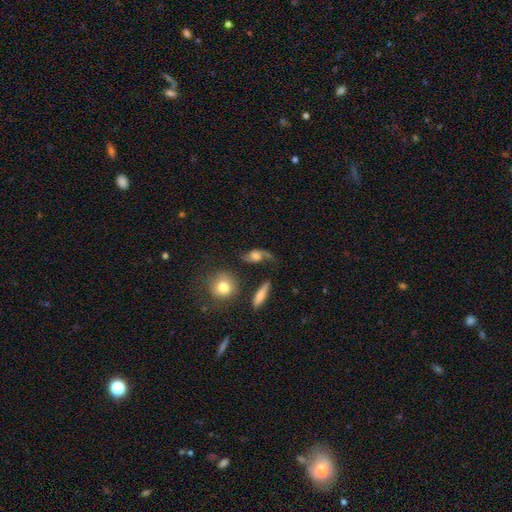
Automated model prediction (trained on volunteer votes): A featured or disk galaxy (72%) with no bar (63%), 2 (87%) loose (78%) spiral arms (93%) and a moderate central bulge (39%). Merging: none (60%).